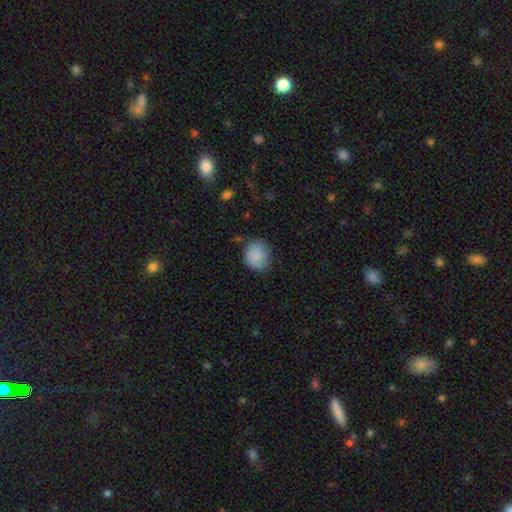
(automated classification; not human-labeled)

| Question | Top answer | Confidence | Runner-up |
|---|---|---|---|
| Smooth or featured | smooth | 79% | featured or disk (13%) |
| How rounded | round | 71% | in between (29%) |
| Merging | none | 67% | minor disturbance (25%) |